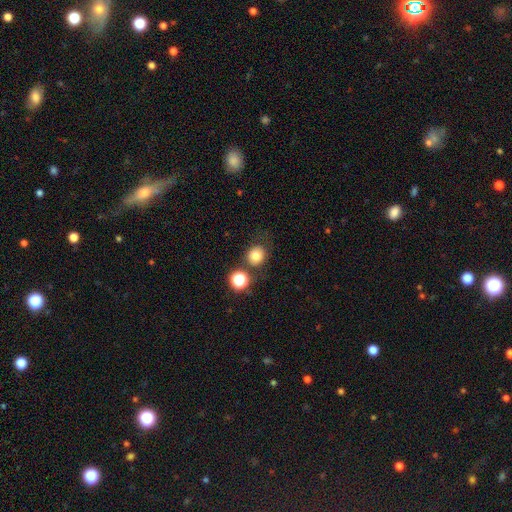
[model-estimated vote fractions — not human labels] This is likely a smooth galaxy (78%). How rounded: clearly round (83%). Merging: likely none (73%).